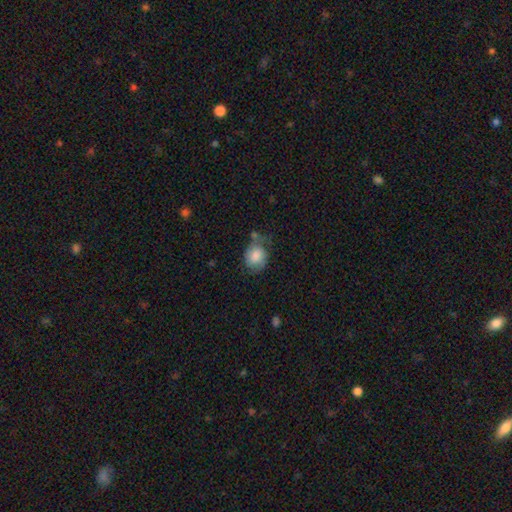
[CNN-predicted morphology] type=smooth (72%); roundness=round (50%); merging=none (45%).